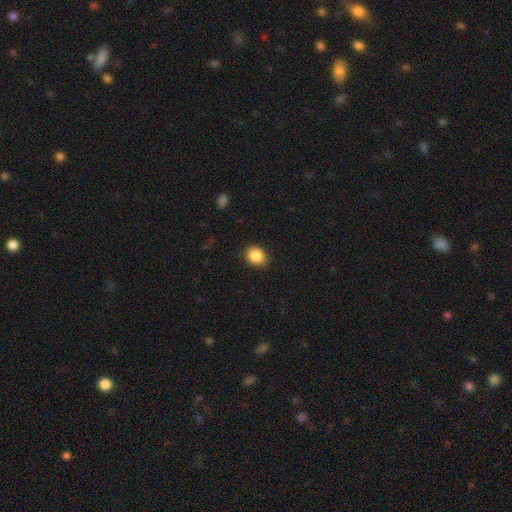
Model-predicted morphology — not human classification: smooth_or_featured: smooth (p=0.87) [alt: star or artifact p=0.09]
how_rounded: round (p=0.62) [alt: in between p=0.37]
merging: none (p=0.88) [alt: minor disturbance p=0.09]